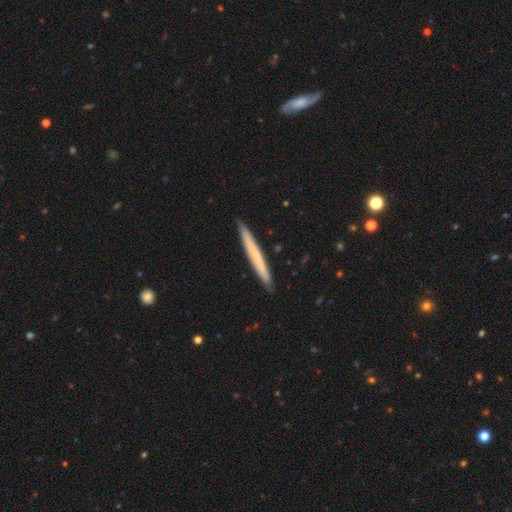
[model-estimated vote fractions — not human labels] This appears to be a smooth galaxy with no disk features (55%) that is cigar-shaped (97%). Merging: none (91%).